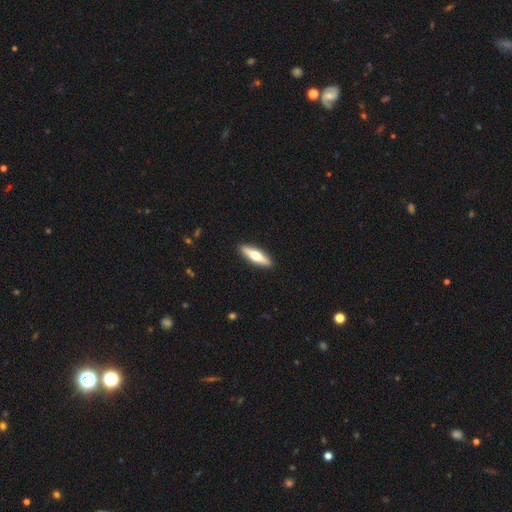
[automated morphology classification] This is possibly a featured or disk galaxy (52%). It is clearly viewed edge-on (92%). Merging: clearly none (91%).